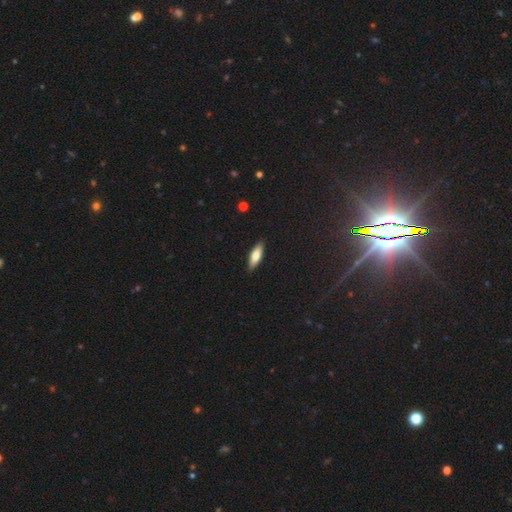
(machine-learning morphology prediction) Q: Smooth or featured?
A: smooth (69%); runner-up: featured or disk (25%)
Q: How rounded?
A: cigar-shaped (50%); runner-up: in between (48%)
Q: Merging?
A: none (89%); runner-up: minor disturbance (8%)